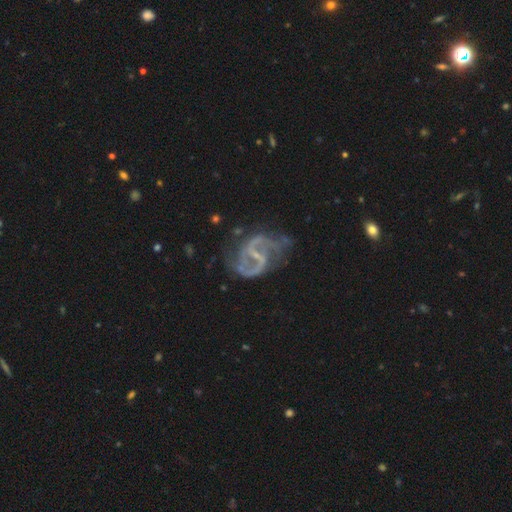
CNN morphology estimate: This is clearly a featured or disk galaxy (90%). It is clearly not viewed edge-on (98%). Bar: possibly weak (50%). Spiral arm pattern: clearly yes (96%). Spiral arm count: clearly 2 (90%). Spiral winding: possibly medium (45%, tied with loose). Central bulge: possibly small (59%). Merging: possibly none (56%).